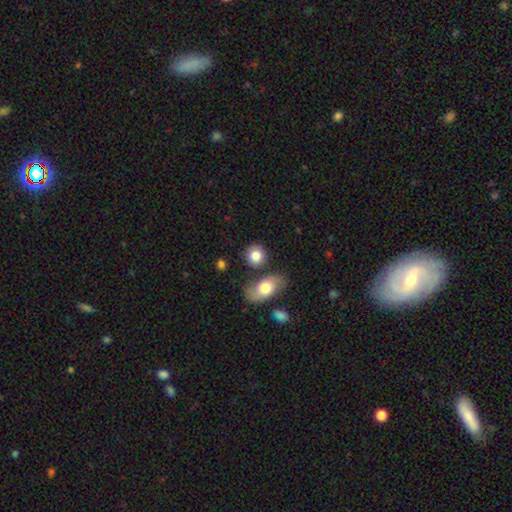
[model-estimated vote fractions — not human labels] Q: Smooth or featured?
A: smooth (82%); runner-up: featured or disk (10%)
Q: How rounded?
A: round (75%); runner-up: in between (24%)
Q: Merging?
A: none (74%); runner-up: merger (12%)